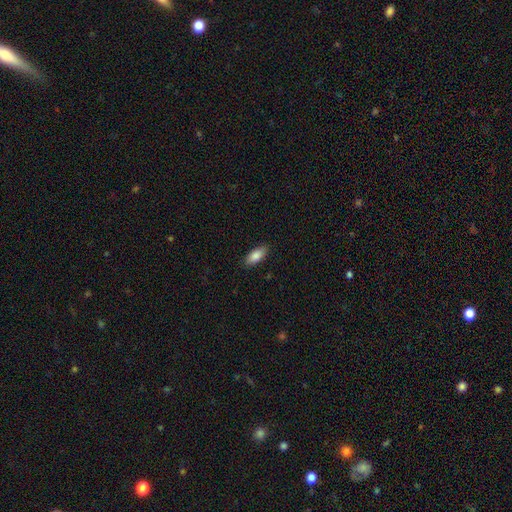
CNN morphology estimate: smooth_or_featured: smooth (p=0.86) [alt: featured or disk p=0.07]
how_rounded: in between (p=0.84) [alt: cigar-shaped p=0.13]
merging: none (p=0.88) [alt: minor disturbance p=0.09]